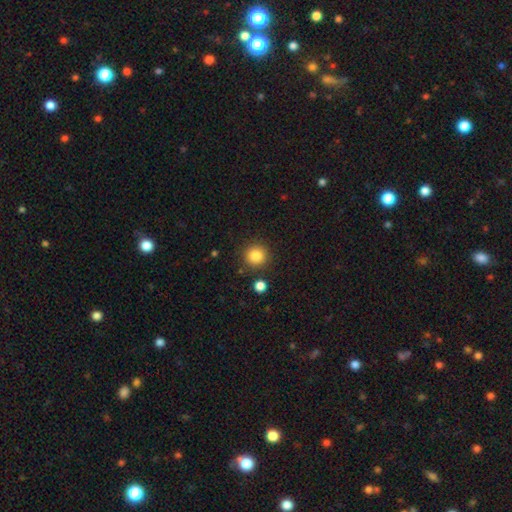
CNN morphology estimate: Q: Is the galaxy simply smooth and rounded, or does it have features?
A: smooth — 85%.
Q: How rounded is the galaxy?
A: round — 93%.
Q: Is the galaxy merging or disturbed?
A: none — 88%.